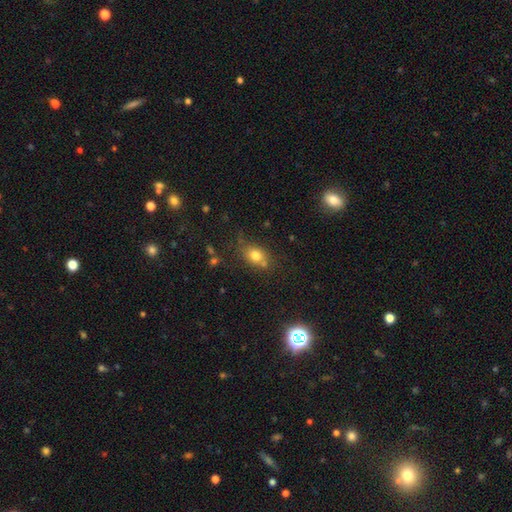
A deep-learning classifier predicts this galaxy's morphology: A smooth galaxy with no disk features (75%) that is in between round and cigar-shaped (53%). Merging: none (63%).